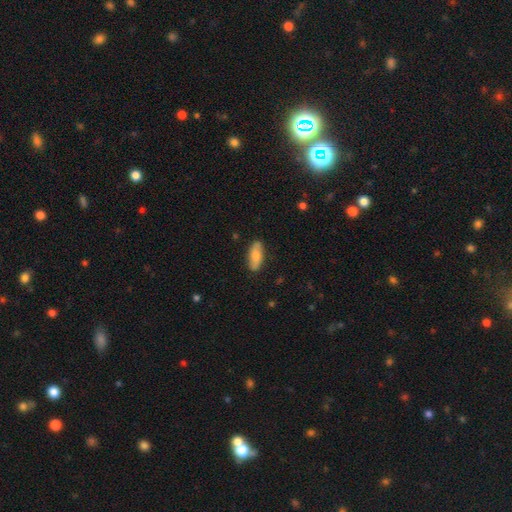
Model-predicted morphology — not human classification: This appears to be a smooth galaxy with no disk features (72%) that is in between round and cigar-shaped (77%). Merging: none (84%).